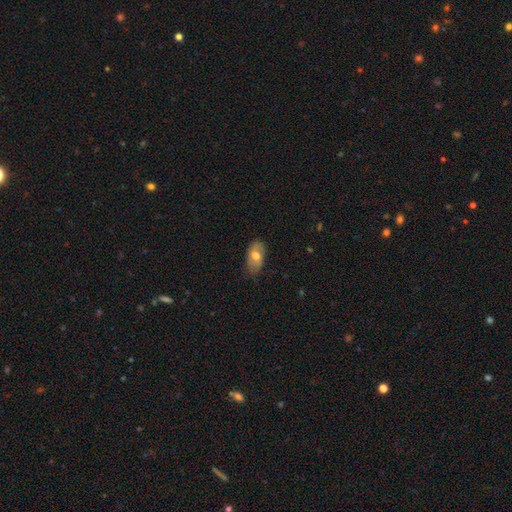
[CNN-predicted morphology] smooth-or-featured: smooth: 63% | featured or disk: 31% | star or artifact: 6%
  how-rounded: in between: 92% | round: 6% | cigar-shaped: 2%
  merging: none: 71% | minor disturbance: 23% | major disturbance: 5% | merger: 1%